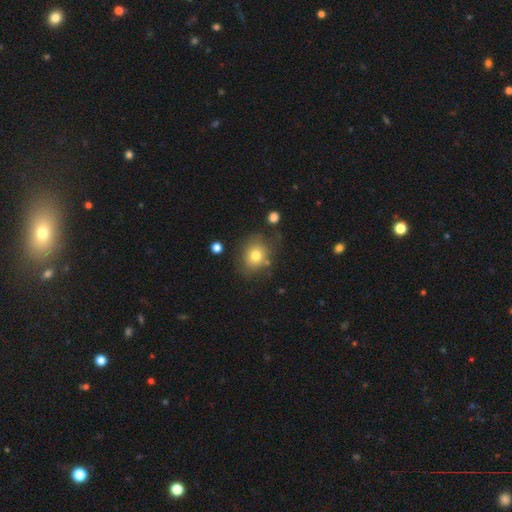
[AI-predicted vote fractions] smooth_or_featured: smooth (p=0.76) [alt: featured or disk p=0.13]
how_rounded: round (p=0.59) [alt: in between p=0.41]
merging: none (p=0.69) [alt: minor disturbance p=0.19]